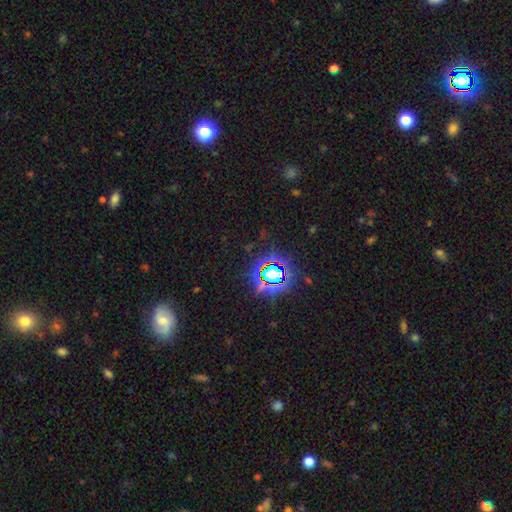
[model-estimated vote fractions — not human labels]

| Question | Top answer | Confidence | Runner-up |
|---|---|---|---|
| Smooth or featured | star or artifact | 76% | smooth (15%) |